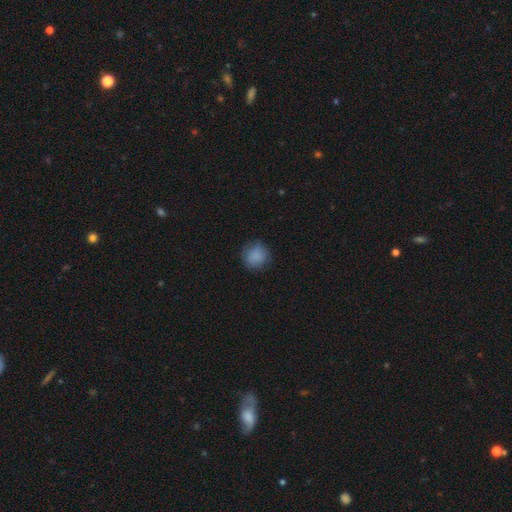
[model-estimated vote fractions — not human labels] This is clearly a smooth galaxy (85%). How rounded: clearly round (86%). Merging: likely none (78%).